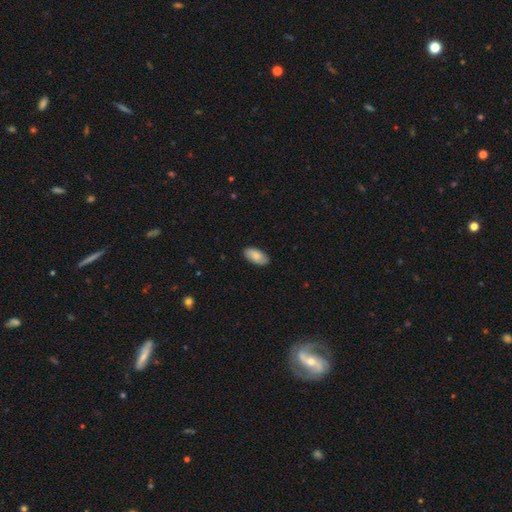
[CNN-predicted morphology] A smooth galaxy with no disk features (79%) that is in between round and cigar-shaped (94%). Merging: none (87%).